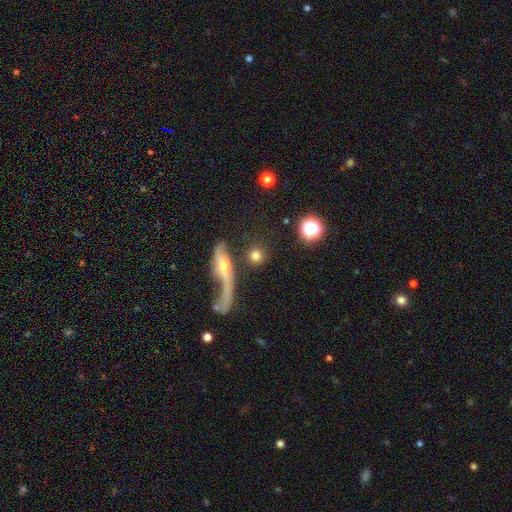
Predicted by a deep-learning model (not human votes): smooth_or_featured: smooth (p=0.74) [alt: featured or disk p=0.16]
how_rounded: round (p=0.84) [alt: in between p=0.10]
merging: none (p=0.70) [alt: merger p=0.14]